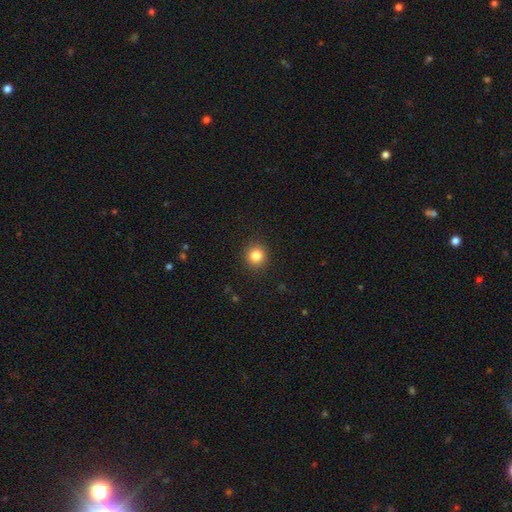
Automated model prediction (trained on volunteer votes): Smooth or featured? smooth (82%)
How rounded? round (92%)
Merging? none (91%)